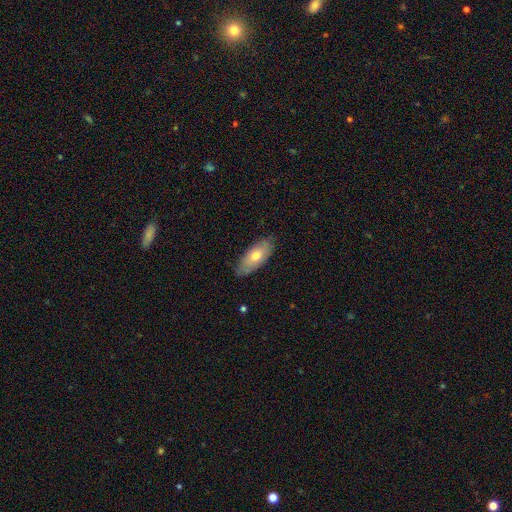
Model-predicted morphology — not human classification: This is likely a smooth galaxy (68%). How rounded: clearly in between (82%). Merging: clearly none (80%).